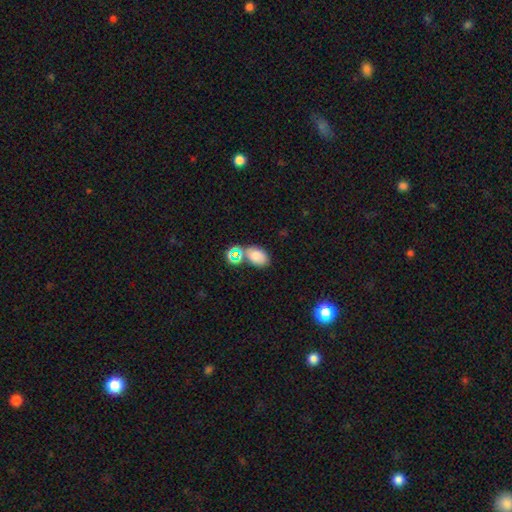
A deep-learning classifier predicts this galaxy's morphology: Smooth or featured? Predicted: smooth (p=0.74). How rounded? Predicted: in between (p=0.85). Merging? Predicted: none (p=0.56).